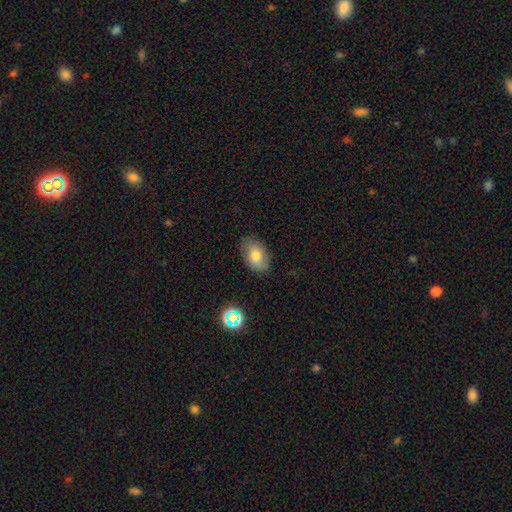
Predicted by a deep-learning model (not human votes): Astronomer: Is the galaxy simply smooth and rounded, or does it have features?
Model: smooth — 76%.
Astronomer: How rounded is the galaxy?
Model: in between — 89%.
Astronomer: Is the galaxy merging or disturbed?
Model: none — 80%.